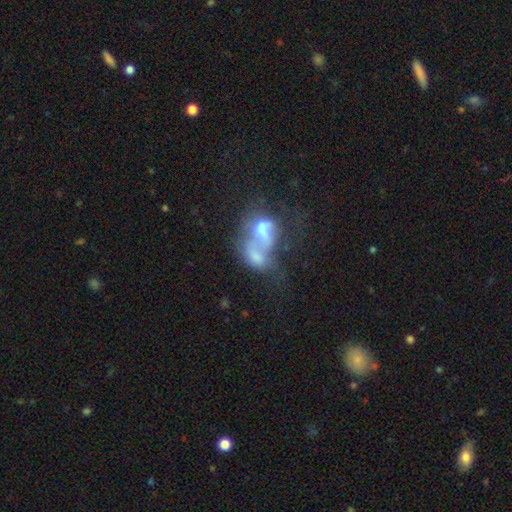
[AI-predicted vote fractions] This is marginally a smooth galaxy (44%). Merging: likely merger (66%).